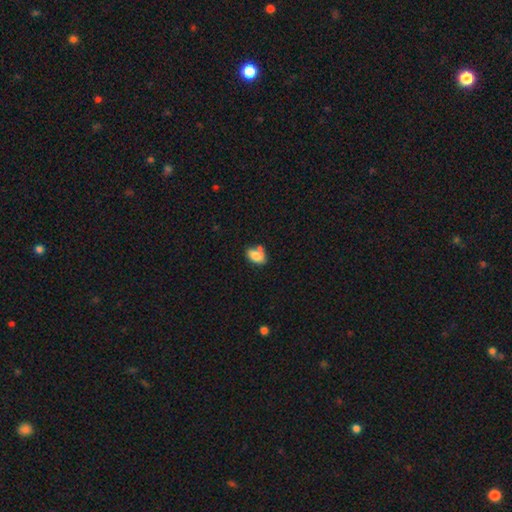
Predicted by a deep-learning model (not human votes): This appears to be a smooth galaxy with no disk features (76%) that is in between round and cigar-shaped (85%). Merging: none (48%).